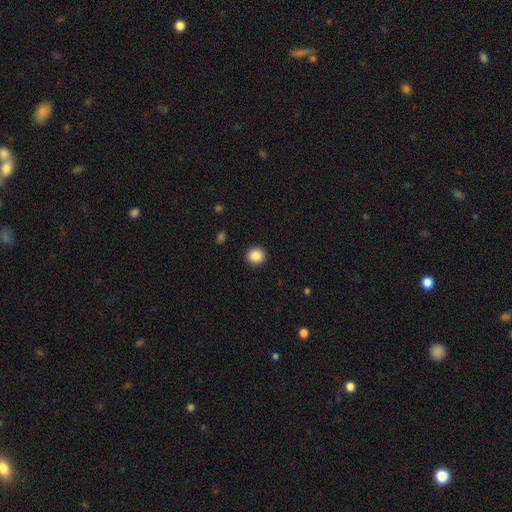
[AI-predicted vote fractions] A smooth galaxy with no disk features (87%) that is round (93%). Merging: none (93%).